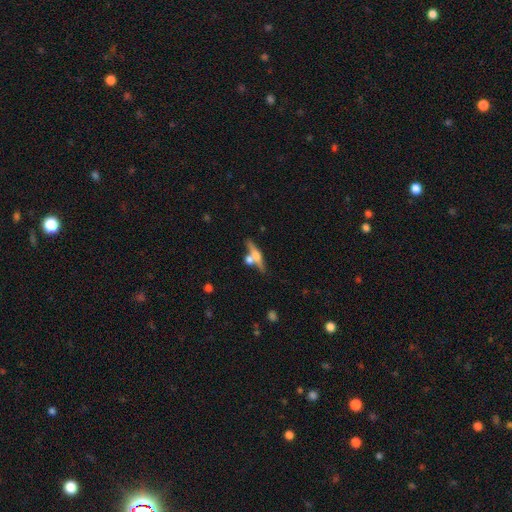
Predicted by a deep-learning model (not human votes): Q: Smooth or featured?
A: featured or disk (62%); runner-up: smooth (31%)
Q: Edge-on disk?
A: yes (94%); runner-up: no (6%)
Q: Edge-on bulge?
A: rounded (87%); runner-up: boxy (7%)
Q: Merging?
A: none (61%); runner-up: merger (24%)